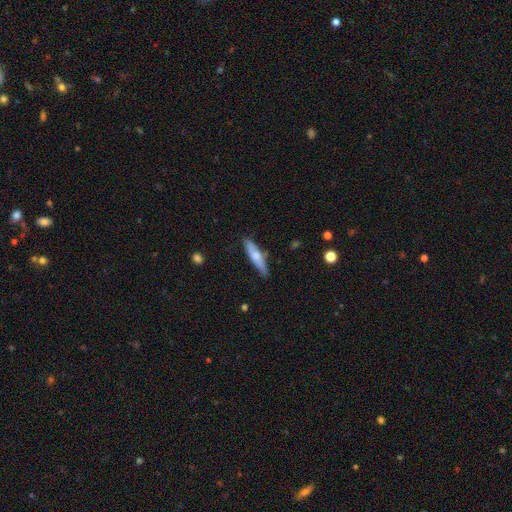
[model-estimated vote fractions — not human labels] Smooth or featured: smooth — 64% (featured or disk — 30%)
How rounded: cigar-shaped — 79% (in between — 19%)
Merging: none — 79% (minor disturbance — 15%)